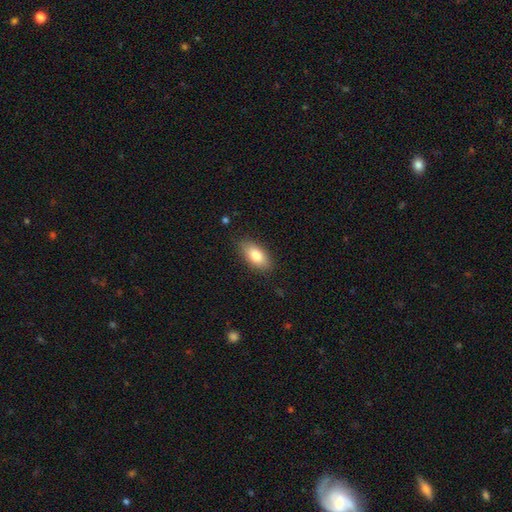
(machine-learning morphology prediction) Smooth or featured? Predicted: smooth (p=0.79). How rounded? Predicted: in between (p=0.89). Merging? Predicted: none (p=0.85).